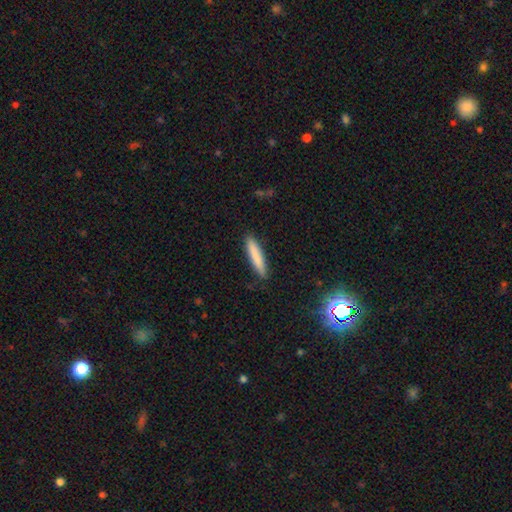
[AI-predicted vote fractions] This is clearly a smooth galaxy (82%). How rounded: clearly cigar-shaped (90%). Merging: clearly none (88%).